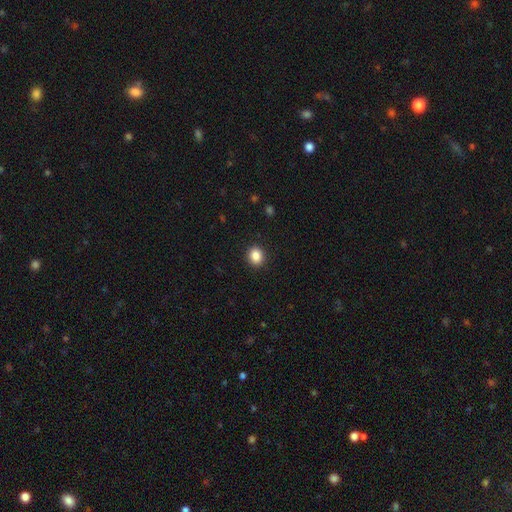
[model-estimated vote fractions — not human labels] Overall: smooth (87%). How rounded: round (70%). Merging: none (91%).